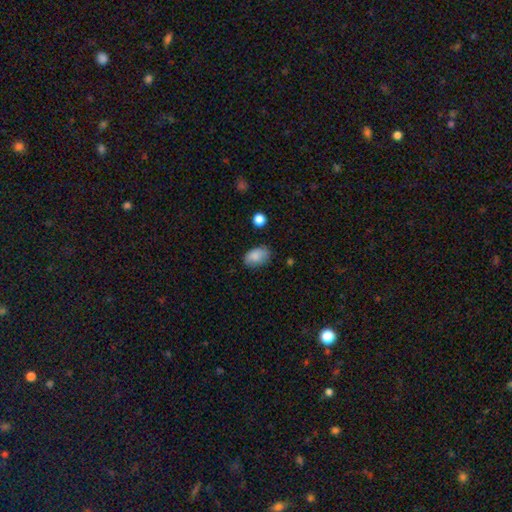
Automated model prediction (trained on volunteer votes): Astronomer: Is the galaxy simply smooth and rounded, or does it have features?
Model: smooth — 85%.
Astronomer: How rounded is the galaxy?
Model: in between — 88%.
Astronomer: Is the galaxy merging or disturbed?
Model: none — 75%.